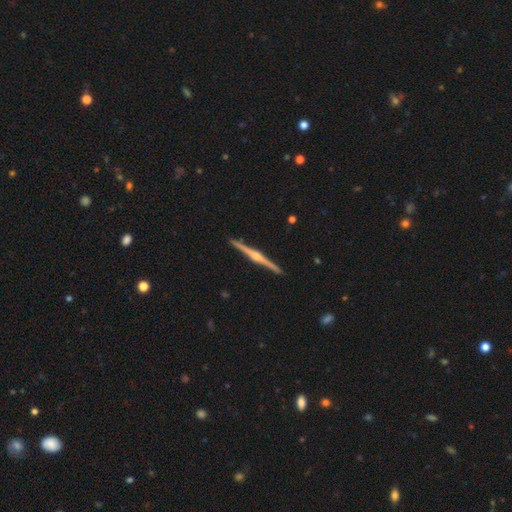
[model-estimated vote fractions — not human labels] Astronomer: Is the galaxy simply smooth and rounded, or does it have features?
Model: featured or disk — 81%.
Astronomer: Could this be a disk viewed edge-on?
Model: yes — 98%.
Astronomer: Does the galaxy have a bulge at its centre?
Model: rounded — 85%.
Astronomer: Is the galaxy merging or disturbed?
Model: none — 91%.